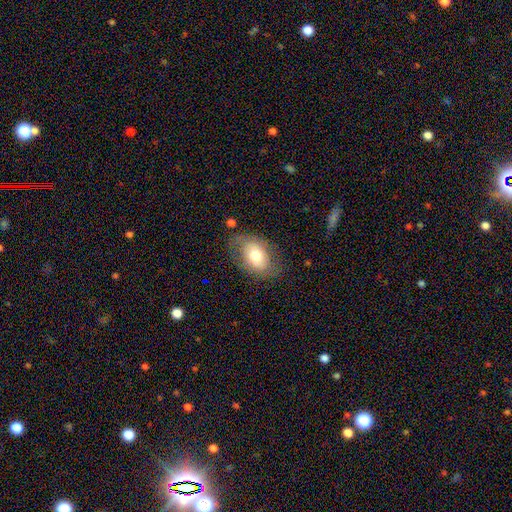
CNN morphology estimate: Smooth or featured? Predicted: smooth (p=0.61). How rounded? Predicted: in between (p=0.82). Merging? Predicted: none (p=0.67).